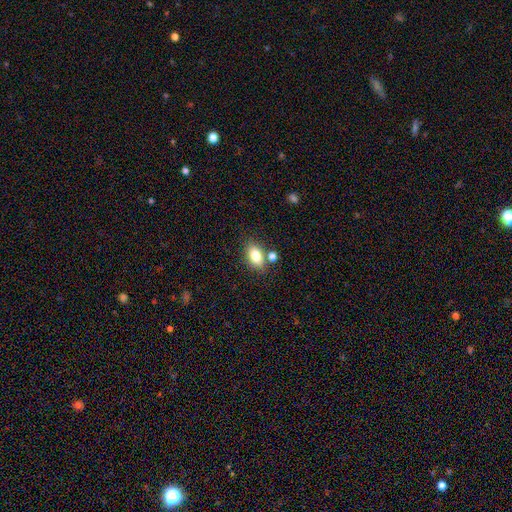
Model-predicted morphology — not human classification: Smooth or featured: smooth — 80% (featured or disk — 11%)
How rounded: in between — 83% (round — 15%)
Merging: none — 70% (merger — 14%)